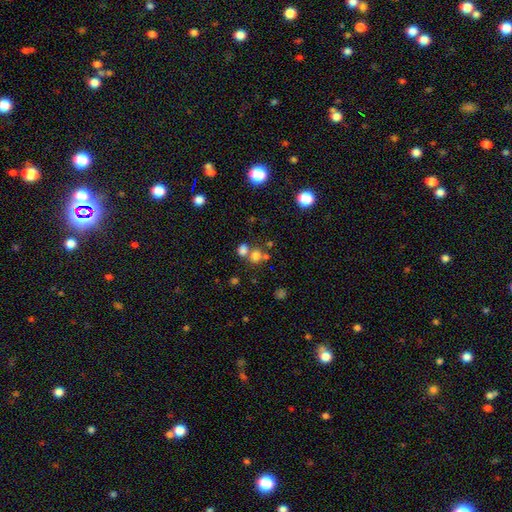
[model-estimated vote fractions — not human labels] smooth_or_featured: smooth (p=0.68) [alt: star or artifact p=0.22]
how_rounded: round (p=0.80) [alt: in between p=0.19]
merging: none (p=0.50) [alt: merger p=0.39]